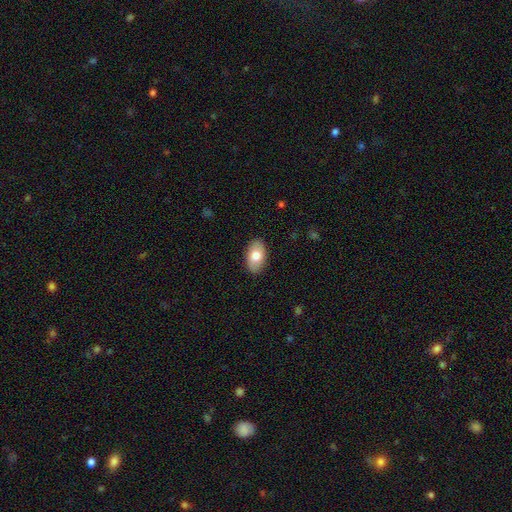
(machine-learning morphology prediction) A smooth galaxy with no disk features (76%) that is in between round and cigar-shaped (94%). Merging: none (88%).